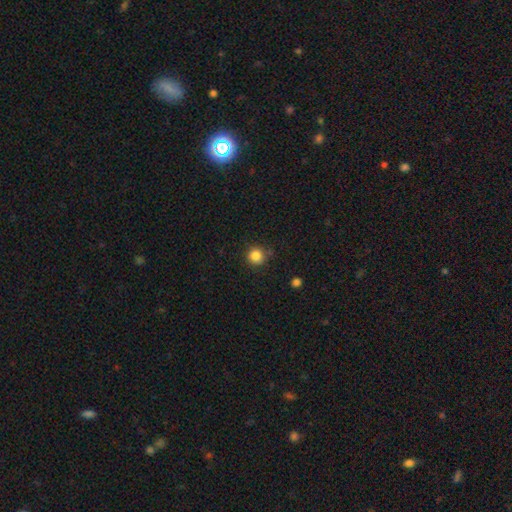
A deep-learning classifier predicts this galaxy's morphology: A smooth galaxy with no disk features (85%) that is round (93%).

Vote fractions:
- Smooth or featured? smooth: 85% / star or artifact: 11% / featured or disk: 4%
- How rounded? round: 93% / in between: 6% / cigar-shaped: 1%
- Merging? none: 81% / minor disturbance: 14% / major disturbance: 3% / merger: 3%